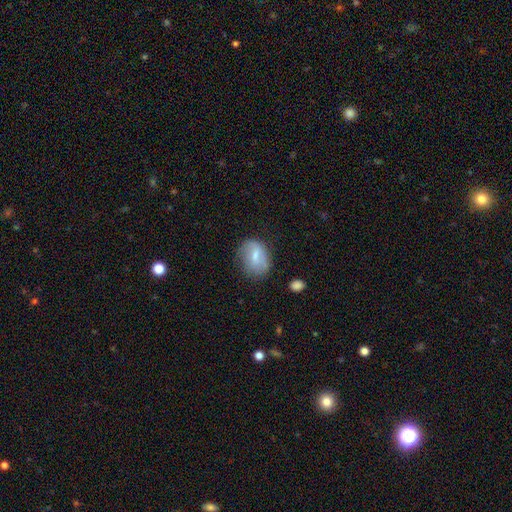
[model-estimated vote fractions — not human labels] smooth 62%, featured or disk 30%, star or artifact 8%. Down the decision tree: how rounded — in between (64%); merging — none (59%).